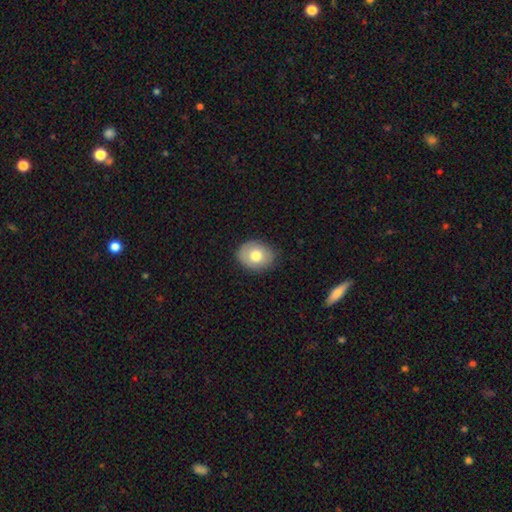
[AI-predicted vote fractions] This is likely a smooth galaxy (73%). How rounded: possibly in between (51%). Merging: clearly none (83%).